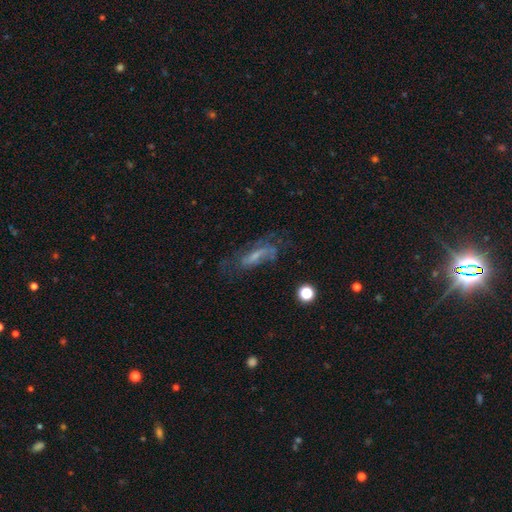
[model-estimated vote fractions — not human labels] The model was most divided on "merging": none: 50%, major disturbance: 25%, minor disturbance: 22%, merger: 4%. More confident: edge-on disk — no (79%); smooth or featured — featured or disk (60%).